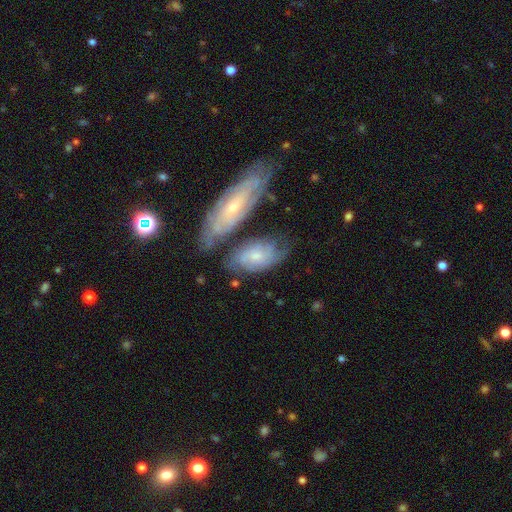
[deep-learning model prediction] Overall: featured or disk (65%; smooth 28%). Edge-on disk: no (91%). Bar: no (67%; weak 28%). Spiral arms: yes (87%). Spiral arm count: can't tell (47%; 2 27%). Spiral winding: tight (56%; medium 34%). Bulge size: small (62%; moderate 29%). Merging: none (51%; merger 22%).